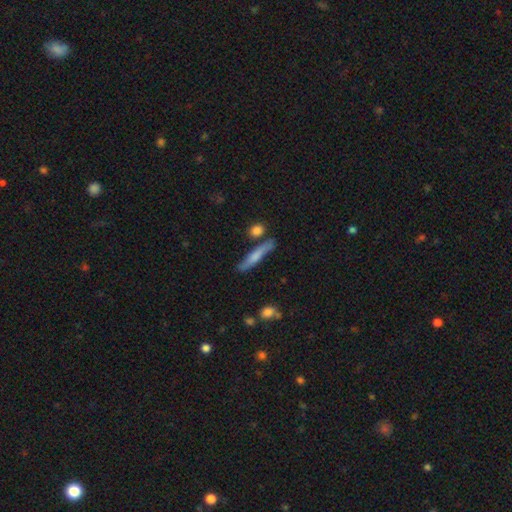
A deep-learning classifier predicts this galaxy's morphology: Q: Smooth or featured?
A: smooth (57%); runner-up: featured or disk (36%)
Q: How rounded?
A: cigar-shaped (90%); runner-up: in between (8%)
Q: Merging?
A: none (76%); runner-up: minor disturbance (13%)